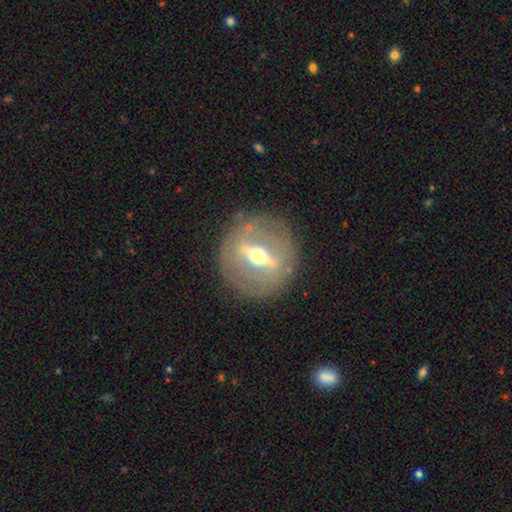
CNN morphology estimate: Smooth or featured: featured or disk — 79% (smooth — 14%)
Edge-on disk: no — 58% (yes — 42%)
Merging: none — 85% (minor disturbance — 9%)